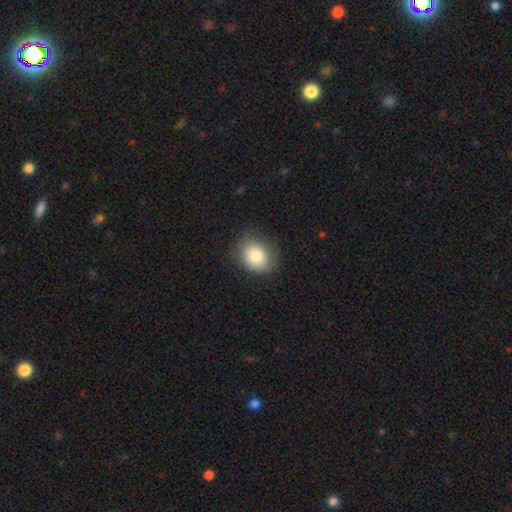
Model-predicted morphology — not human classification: This is clearly a smooth galaxy (81%). How rounded: possibly round (59%). Merging: likely none (77%).